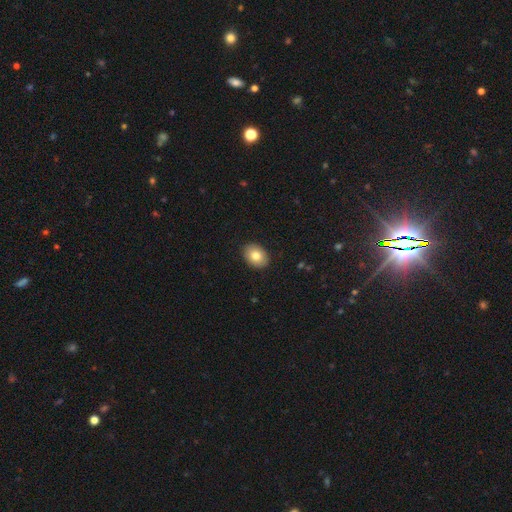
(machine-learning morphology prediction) Smooth or featured? Predicted: smooth (p=0.81). How rounded? Predicted: in between (p=0.71). Merging? Predicted: none (p=0.90).